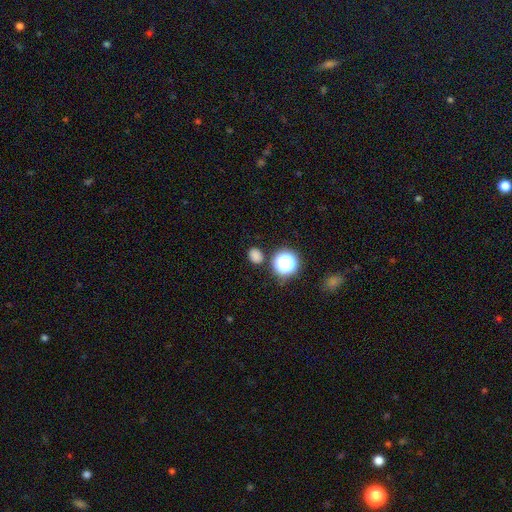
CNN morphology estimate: A smooth galaxy with no disk features (76%) that is round (61%).

Vote fractions:
- Smooth or featured? smooth: 76% / star or artifact: 19% / featured or disk: 4%
- How rounded? round: 61% / in between: 37% / cigar-shaped: 1%
- Merging? none: 84% / minor disturbance: 9% / merger: 4% / major disturbance: 3%